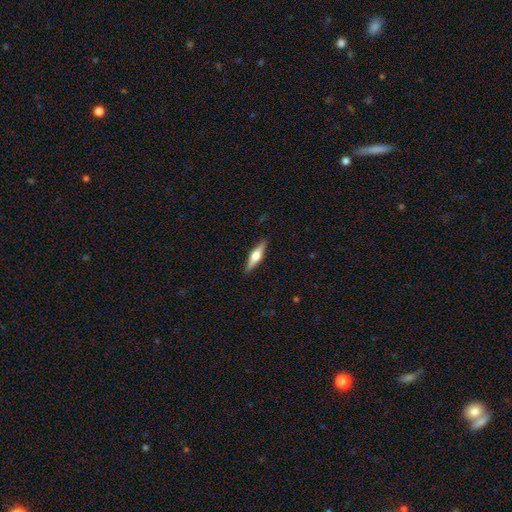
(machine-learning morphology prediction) type=featured or disk (59%); edge-on=yes (96%); edge-on bulge=rounded (92%); merging=none (90%).